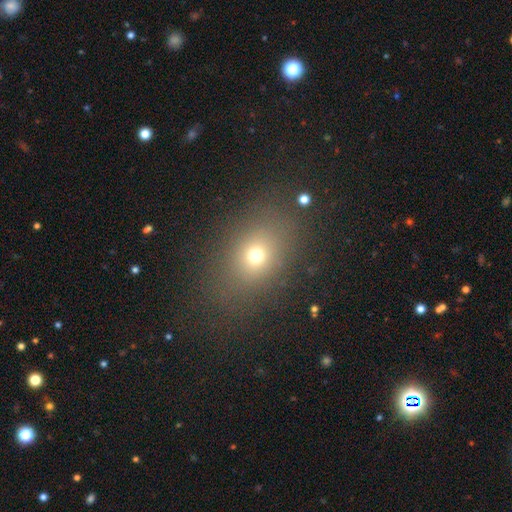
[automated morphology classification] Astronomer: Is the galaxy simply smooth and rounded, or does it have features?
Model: smooth — 68%.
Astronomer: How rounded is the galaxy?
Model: in between — 56% (runner-up: round, 42%).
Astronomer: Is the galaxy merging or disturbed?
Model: none — 77%.